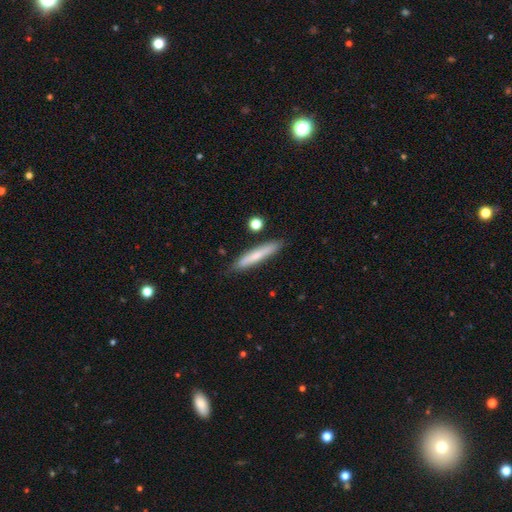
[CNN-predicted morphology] Q: Smooth or featured?
A: smooth (66%); runner-up: featured or disk (27%)
Q: How rounded?
A: cigar-shaped (92%); runner-up: in between (6%)
Q: Merging?
A: none (84%); runner-up: minor disturbance (11%)